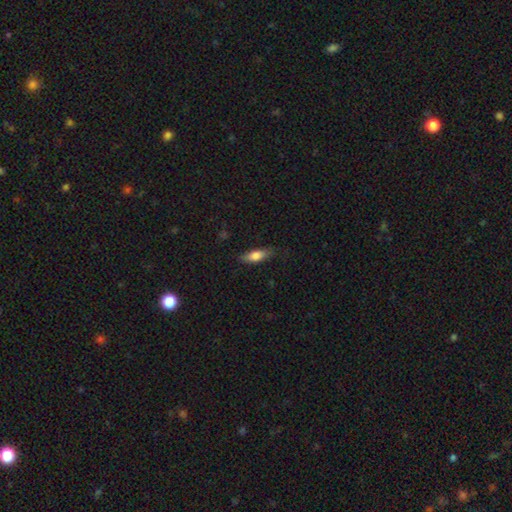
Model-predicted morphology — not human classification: This appears to be a smooth galaxy with no disk features (73%) that is in between round and cigar-shaped (57%). Merging: none (78%).